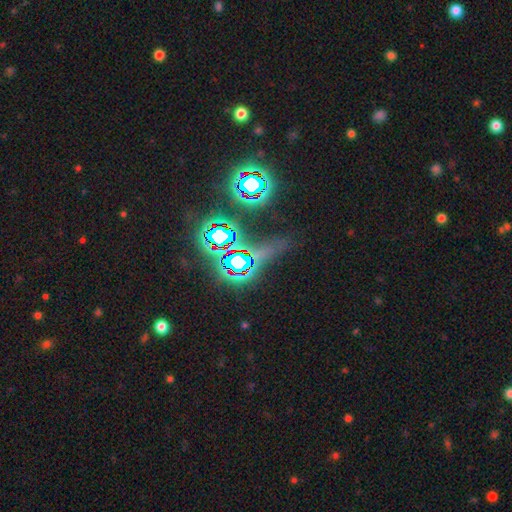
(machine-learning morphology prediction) Overall: star or artifact (76%).